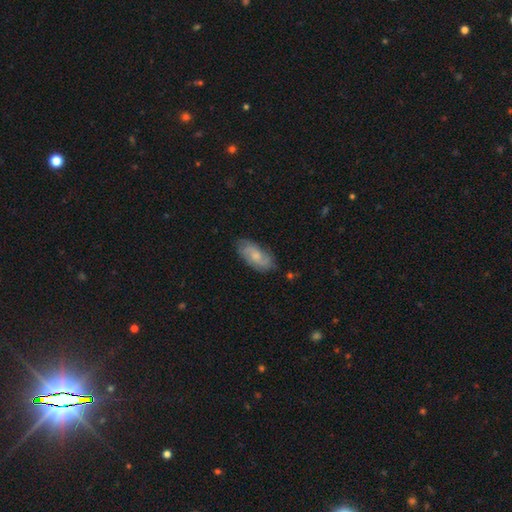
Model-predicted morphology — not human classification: This is possibly a featured or disk galaxy (50%). It is clearly not viewed edge-on (93%). Merging: likely none (75%).